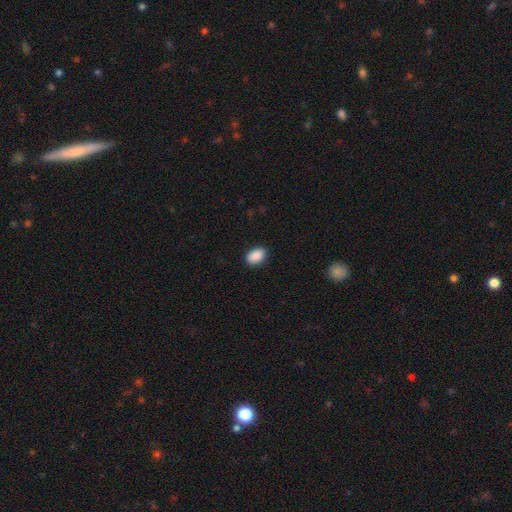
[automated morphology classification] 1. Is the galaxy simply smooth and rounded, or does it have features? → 90% smooth, 7% star or artifact, 3% featured or disk.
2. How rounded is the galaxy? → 89% in between, 10% round, 1% cigar-shaped.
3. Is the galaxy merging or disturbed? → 87% none, 9% minor disturbance, 2% major disturbance, 1% merger.